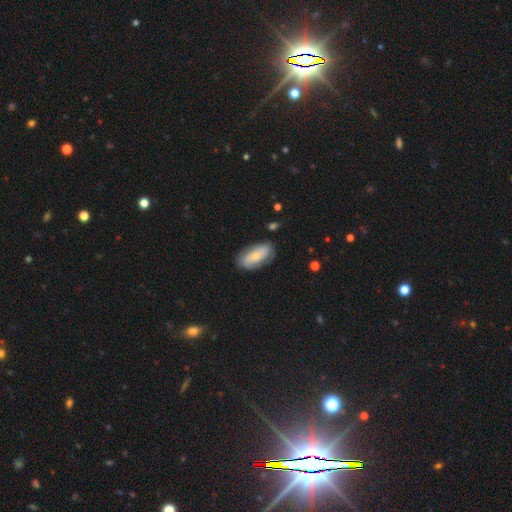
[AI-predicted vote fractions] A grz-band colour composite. It shows a smooth galaxy with no disk features (49%). Merging: none (75%).